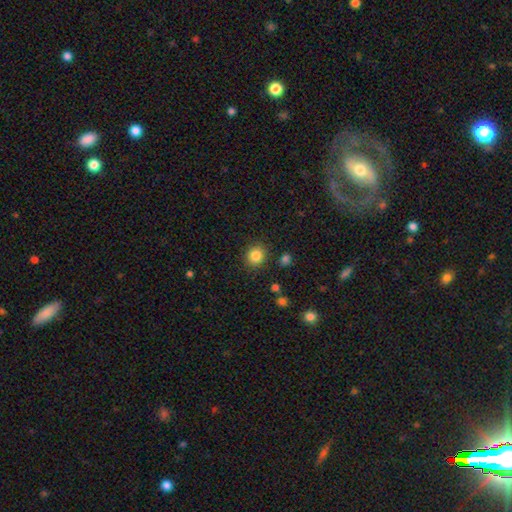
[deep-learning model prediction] Morphology: type=smooth (85%); roundness=round (83%); merging=none (87%).